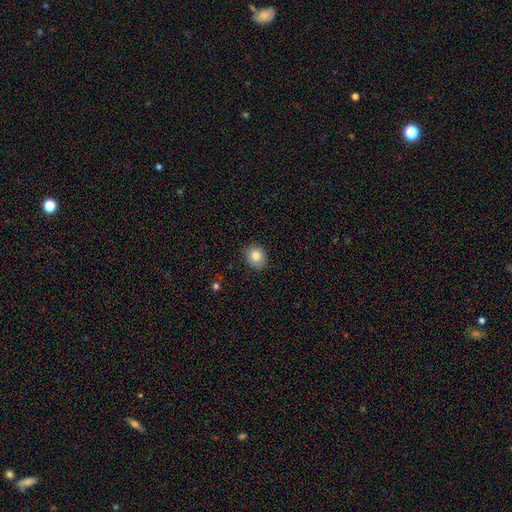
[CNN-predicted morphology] Overall: smooth (82%). How rounded: round (64%; in between 35%). Merging: none (85%).